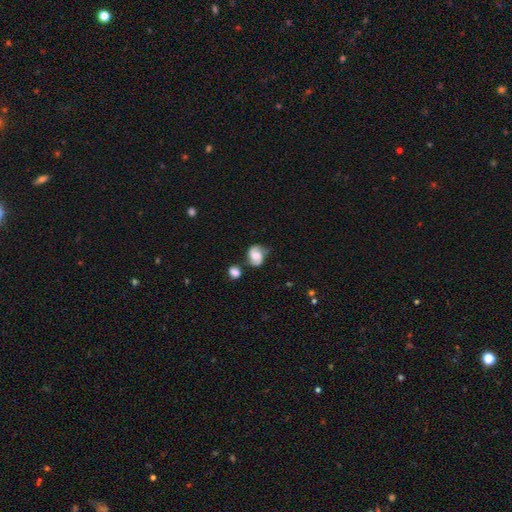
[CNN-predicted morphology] A featured or disk galaxy (53%) with no bar (56%), spiral arms (89%) and a moderate central bulge (47%). Merging: none (56%).